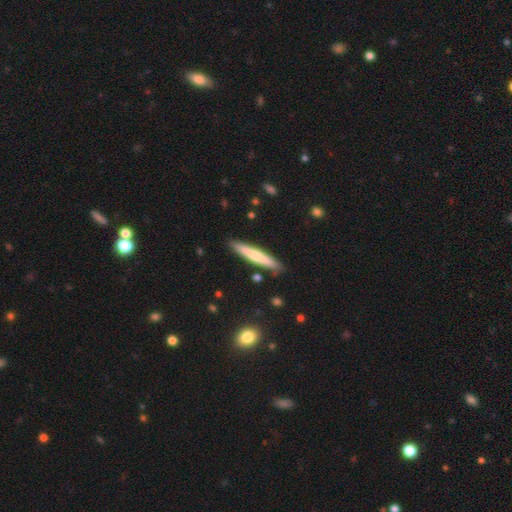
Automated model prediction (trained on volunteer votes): A smooth galaxy with no disk features (63%) that is cigar-shaped (93%).

Vote fractions:
- Smooth or featured? smooth: 63% / featured or disk: 32% / star or artifact: 6%
- How rounded? cigar-shaped: 93% / in between: 6% / round: 1%
- Merging? none: 88% / minor disturbance: 9% / merger: 2% / major disturbance: 2%